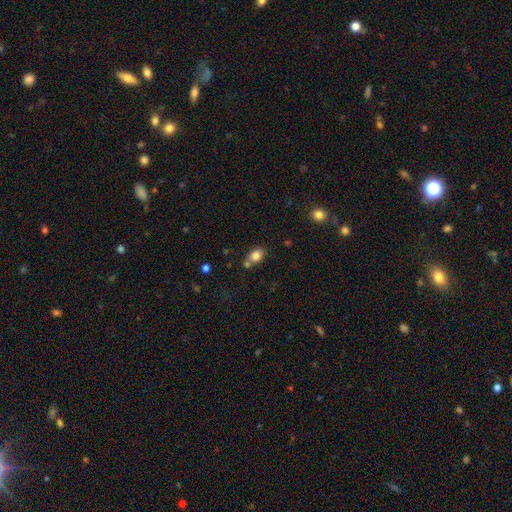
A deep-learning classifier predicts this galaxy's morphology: smooth_or_featured: smooth (p=0.82) [alt: star or artifact p=0.10]
how_rounded: in between (p=0.69) [alt: round p=0.29]
merging: none (p=0.61) [alt: merger p=0.21]